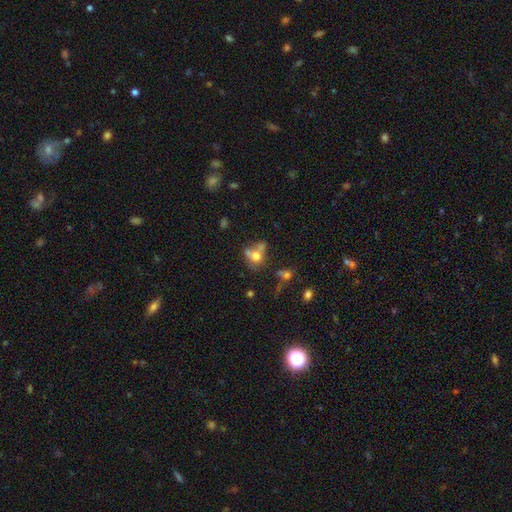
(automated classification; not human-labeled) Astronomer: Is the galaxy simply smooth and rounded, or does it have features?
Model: smooth — 64%.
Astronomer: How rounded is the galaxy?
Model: round — 58% (runner-up: in between, 40%).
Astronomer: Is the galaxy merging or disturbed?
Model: merger — 42% (runner-up: none, 33%).